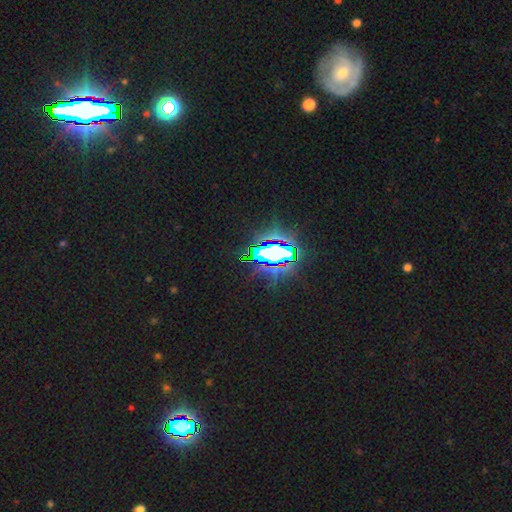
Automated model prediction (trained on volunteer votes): Smooth or featured: star or artifact — 79% (smooth — 11%)